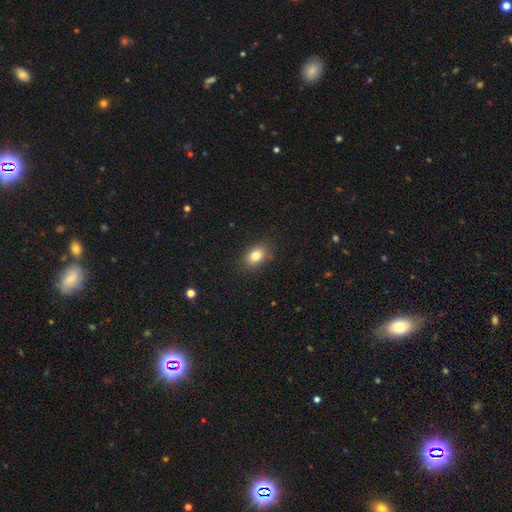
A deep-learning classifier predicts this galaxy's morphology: smooth-or-featured: smooth: 81% | star or artifact: 10% | featured or disk: 9%
  how-rounded: in between: 77% | round: 22% | cigar-shaped: 1%
  merging: none: 86% | minor disturbance: 10% | major disturbance: 3% | merger: 1%